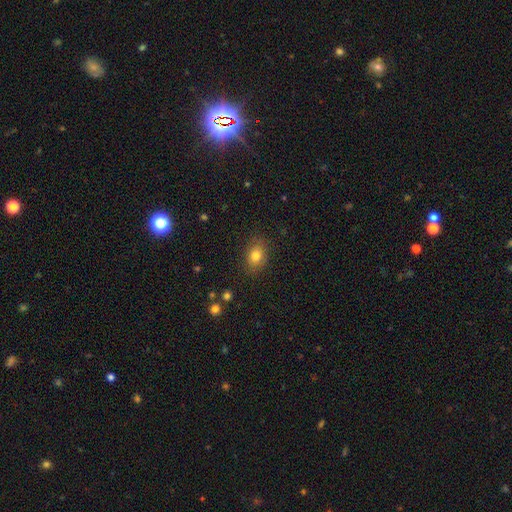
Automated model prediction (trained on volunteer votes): Q: Smooth or featured?
A: smooth (81%); runner-up: star or artifact (11%)
Q: How rounded?
A: in between (66%); runner-up: round (33%)
Q: Merging?
A: none (85%); runner-up: minor disturbance (11%)